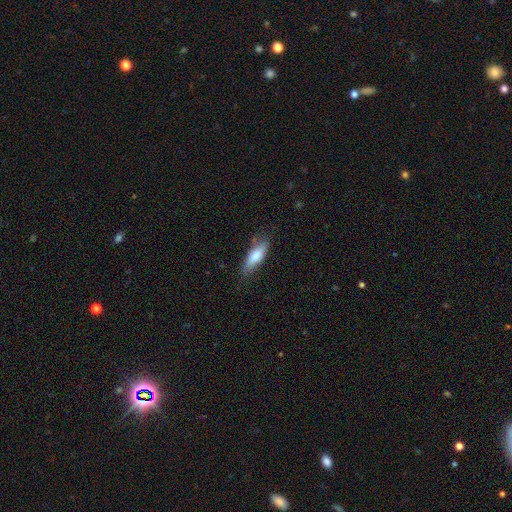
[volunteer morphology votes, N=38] smooth-or-featured: smooth: 89% | featured or disk: 8% | star or artifact: 3%
  how-rounded: cigar-shaped: 53% | in between: 47% | round: 0%
  merging: none: 73% | minor disturbance: 22% | major disturbance: 3% | merger: 3%